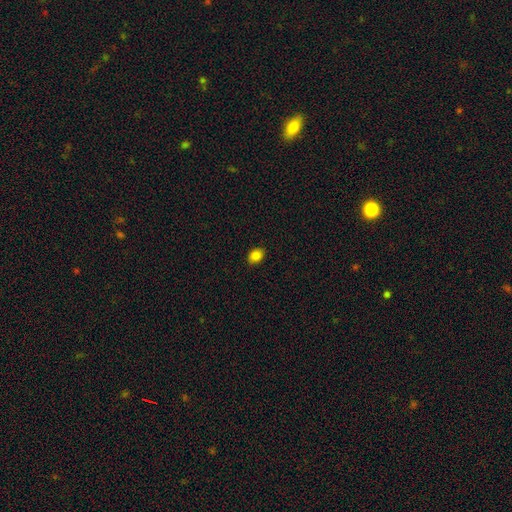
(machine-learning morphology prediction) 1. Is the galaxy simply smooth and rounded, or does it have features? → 85% smooth, 10% star or artifact, 5% featured or disk.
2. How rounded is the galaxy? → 65% in between, 34% round, 1% cigar-shaped.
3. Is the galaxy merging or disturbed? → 88% none, 9% minor disturbance, 2% major disturbance, 1% merger.